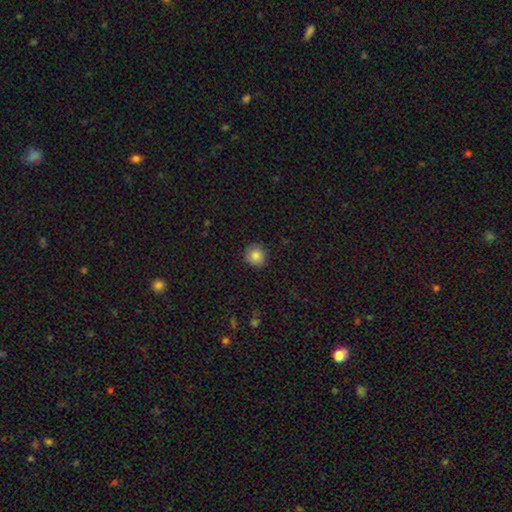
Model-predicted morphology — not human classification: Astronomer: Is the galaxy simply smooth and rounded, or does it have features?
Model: smooth — 85%.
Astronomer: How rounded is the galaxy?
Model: round — 93%.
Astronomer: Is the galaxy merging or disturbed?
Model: none — 89%.